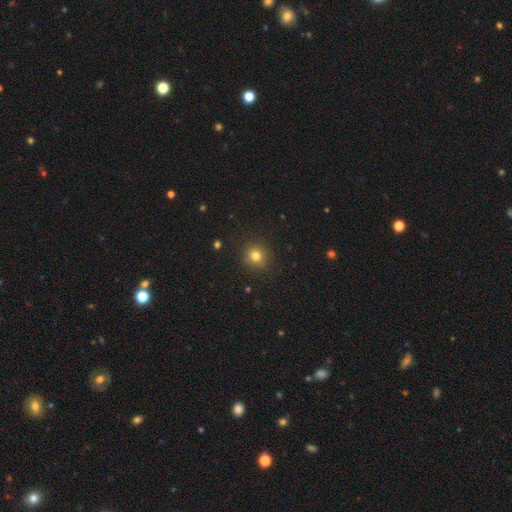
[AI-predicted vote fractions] This is likely a smooth galaxy (79%). How rounded: clearly round (91%). Merging: clearly none (89%).